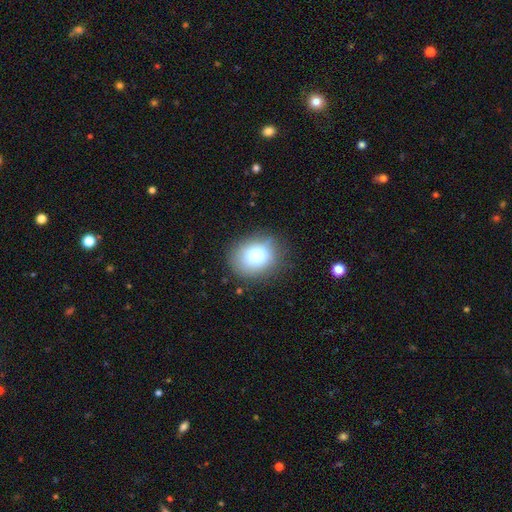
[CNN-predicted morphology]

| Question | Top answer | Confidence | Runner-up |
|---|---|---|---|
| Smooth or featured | smooth | 75% | featured or disk (13%) |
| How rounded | round | 65% | in between (34%) |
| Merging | none | 74% | minor disturbance (17%) |